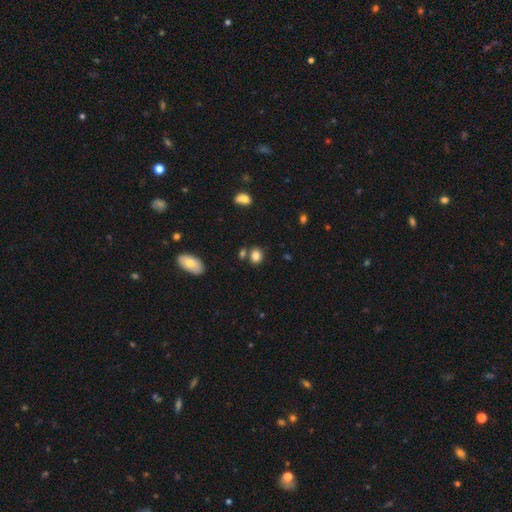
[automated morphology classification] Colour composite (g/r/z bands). It shows a smooth galaxy with no disk features (83%) that is round (56%). Merging: none (70%).